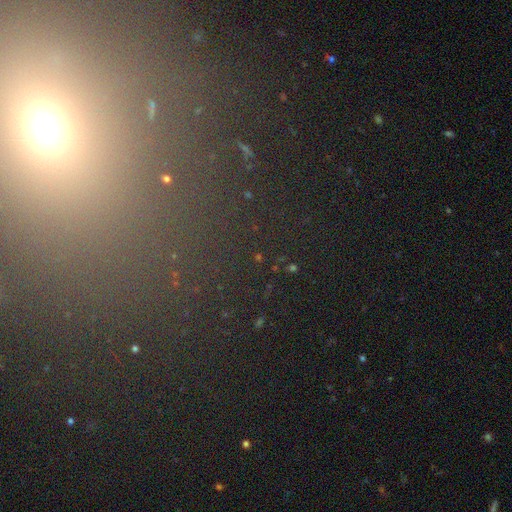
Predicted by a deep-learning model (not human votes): smooth_or_featured: star or artifact (p=0.72) [alt: smooth p=0.17]